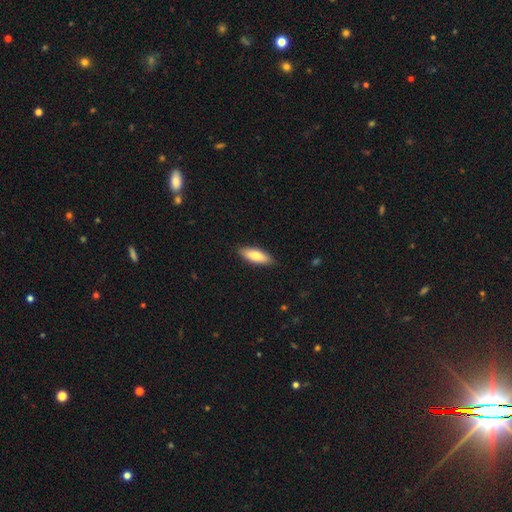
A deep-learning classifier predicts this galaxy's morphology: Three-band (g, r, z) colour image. It shows a smooth galaxy with no disk features (81%) that is in between round and cigar-shaped (63%). Merging: none (88%).